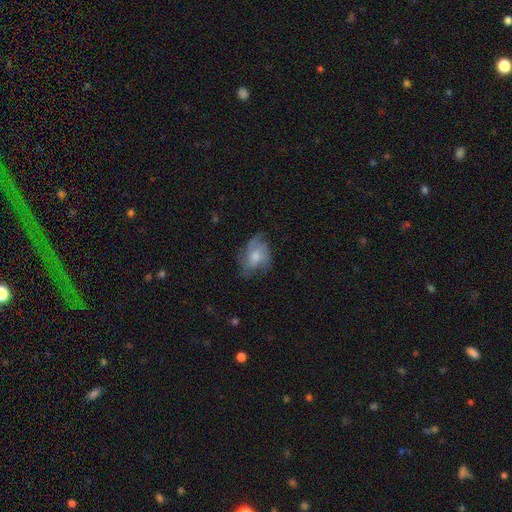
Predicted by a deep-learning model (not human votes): The model was most divided on "smooth or featured": smooth: 50%, featured or disk: 41%, star or artifact: 9%. More confident: merging — none (50%).